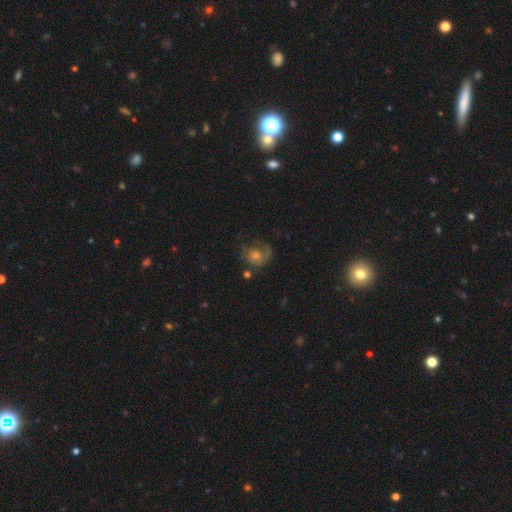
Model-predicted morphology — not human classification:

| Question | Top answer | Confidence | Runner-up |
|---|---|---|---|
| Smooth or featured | featured or disk | 48% | smooth (35%) |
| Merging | none | 53% | minor disturbance (22%) |